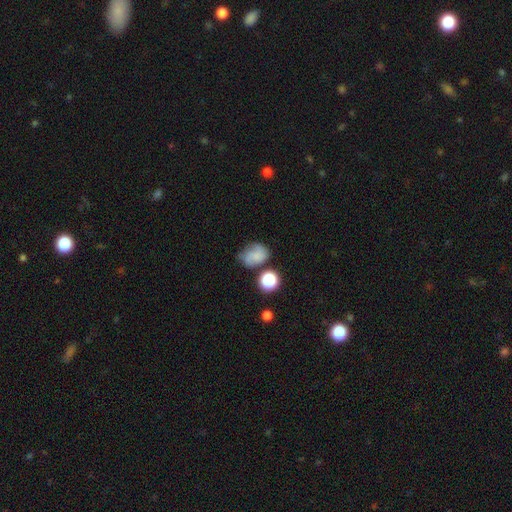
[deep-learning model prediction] Smooth or featured? smooth (59%)
How rounded? in between (57%)
Merging? none (45%)